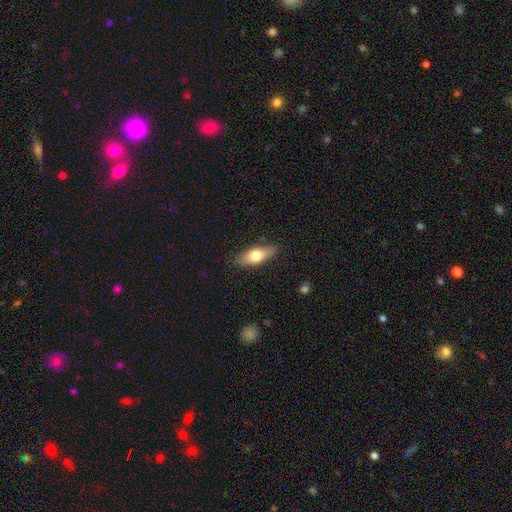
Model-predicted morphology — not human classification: smooth-or-featured: smooth: 69% | featured or disk: 25% | star or artifact: 6%
  how-rounded: in between: 72% | cigar-shaped: 25% | round: 3%
  merging: none: 85% | minor disturbance: 11% | major disturbance: 2% | merger: 1%